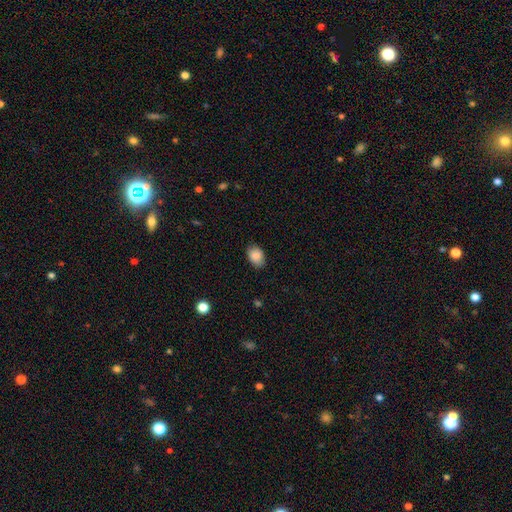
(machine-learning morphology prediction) The model was most divided on "how rounded": in between: 81%, round: 18%, cigar-shaped: 1%. More confident: smooth or featured — smooth (87%); merging — none (84%).